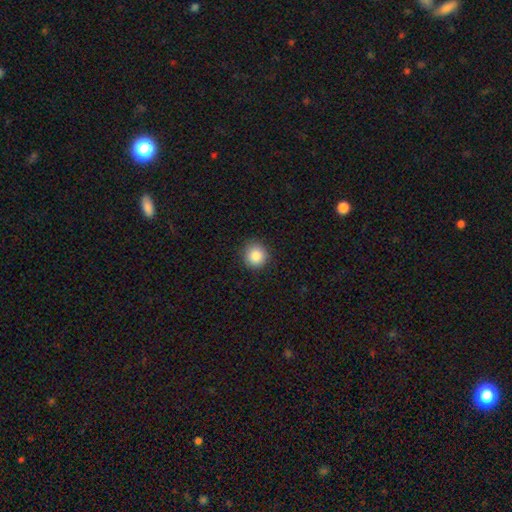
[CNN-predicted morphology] smooth_or_featured: smooth (p=0.87) [alt: star or artifact p=0.09]
how_rounded: round (p=0.93) [alt: in between p=0.06]
merging: none (p=0.90) [alt: minor disturbance p=0.07]